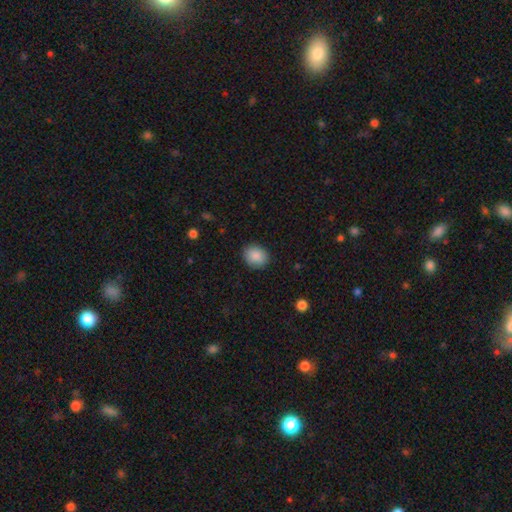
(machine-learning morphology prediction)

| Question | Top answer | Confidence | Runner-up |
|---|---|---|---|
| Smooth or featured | smooth | 89% | star or artifact (7%) |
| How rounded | round | 56% | in between (43%) |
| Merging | none | 87% | minor disturbance (9%) |